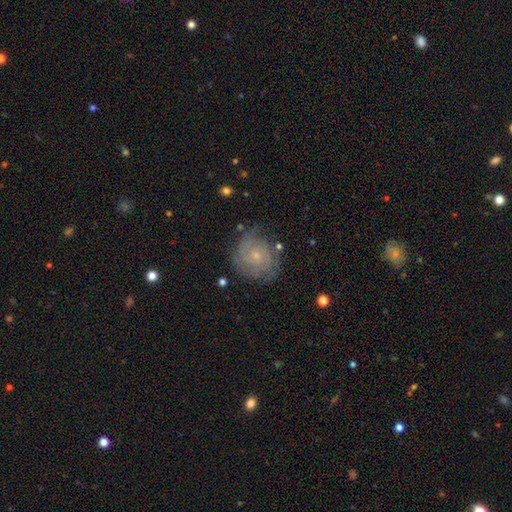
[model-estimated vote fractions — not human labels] A featured or disk galaxy (79%) with no bar (78%), 2 (33%) tight (73%) spiral arms (95%) and a small central bulge (79%).

Vote fractions:
- Smooth or featured? featured or disk: 79% / smooth: 13% / star or artifact: 7%
- Edge-on disk? no: 98% / yes: 2%
- Bar? no: 78% / weak: 19% / strong: 3%
- Spiral arms? yes: 95% / no: 5%
- Spiral winding? tight: 73% / medium: 22% / loose: 5%
- Spiral arm count? 2: 33% / can't tell: 28% / 3: 20% / 4: 8% / 1: 6% / more than 4: 5%
- Bulge size? small: 79% / moderate: 16% / none: 4% / large: 1% / dominant: 1%
- Merging? none: 75% / minor disturbance: 17% / major disturbance: 6% / merger: 2%